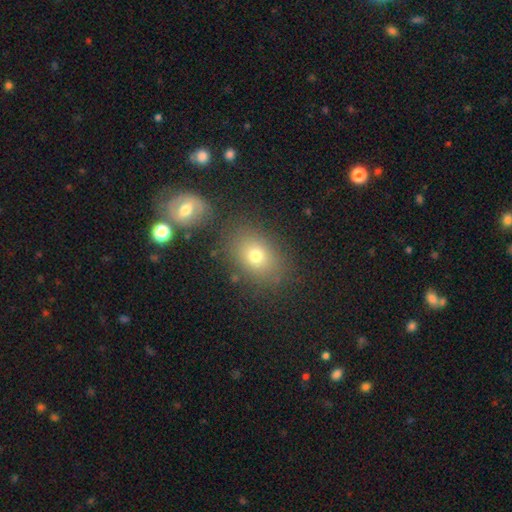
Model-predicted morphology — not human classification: type=smooth (72%); roundness=in between (67%); merging=none (77%).